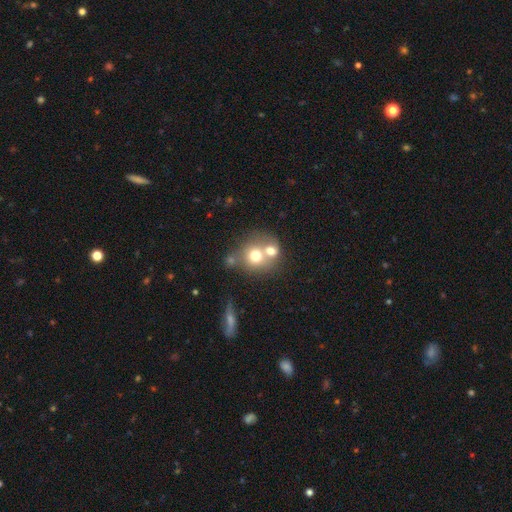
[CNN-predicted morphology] This is likely a smooth galaxy (68%). How rounded: likely round (76%). Merging: possibly merger (59%).